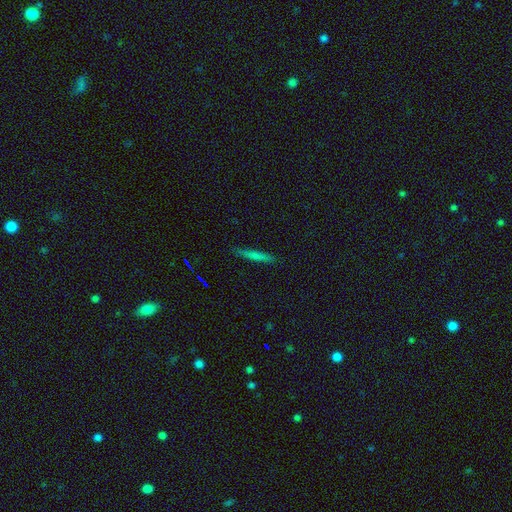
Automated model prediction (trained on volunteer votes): The model was most divided on "smooth or featured": smooth: 67%, featured or disk: 24%, star or artifact: 8%. More confident: how rounded — cigar-shaped (95%); merging — none (89%).